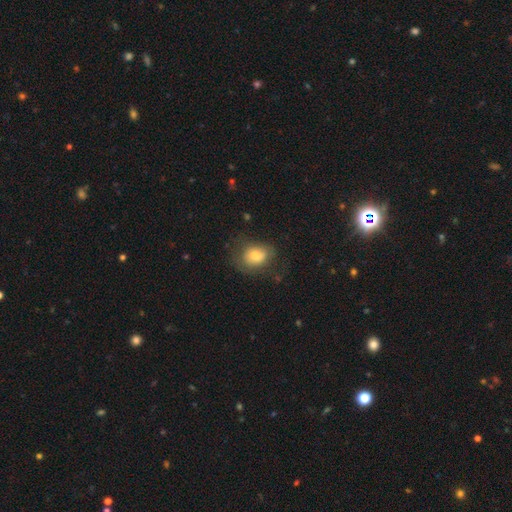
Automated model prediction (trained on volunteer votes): Smooth or featured: smooth — 76% (featured or disk — 15%)
How rounded: in between — 58% (round — 41%)
Merging: none — 65% (minor disturbance — 22%)